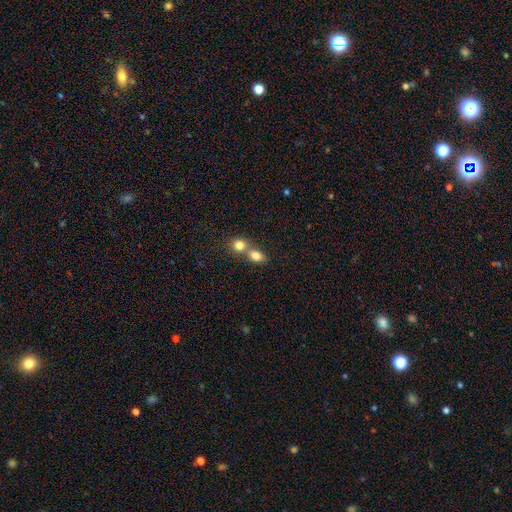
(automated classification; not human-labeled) A smooth galaxy with no disk features (82%) that is in between round and cigar-shaped (66%). Merging: merger (55%).